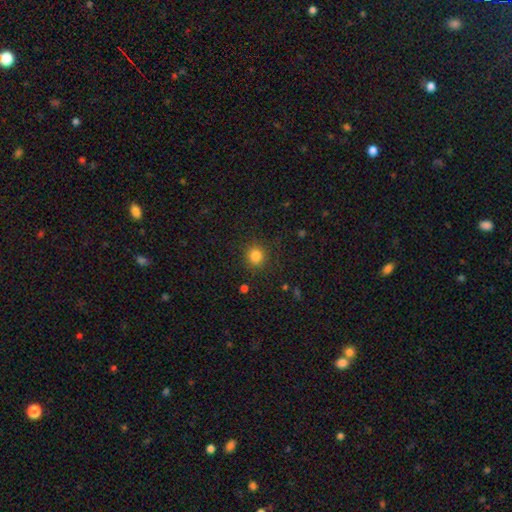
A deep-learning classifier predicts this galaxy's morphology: This appears to be a smooth galaxy with no disk features (83%) that is round (87%). Merging: none (88%).